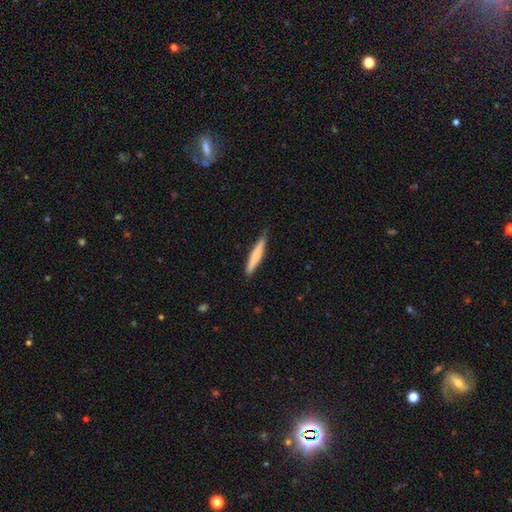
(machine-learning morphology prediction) Smooth or featured?
  - smooth: 66% *
  - featured or disk: 29%
  - star or artifact: 5%
How rounded?
  - cigar-shaped: 93% *
  - in between: 6%
  - round: 1%
Merging?
  - none: 80% *
  - minor disturbance: 16%
  - major disturbance: 2%
  - merger: 1%